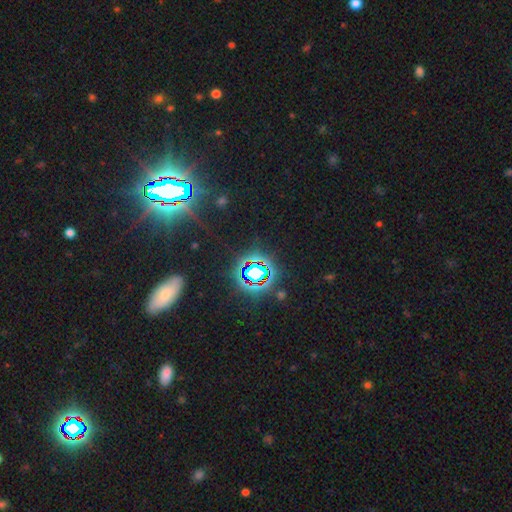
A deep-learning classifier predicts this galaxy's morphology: A star or artifact, not a galaxy (79%).